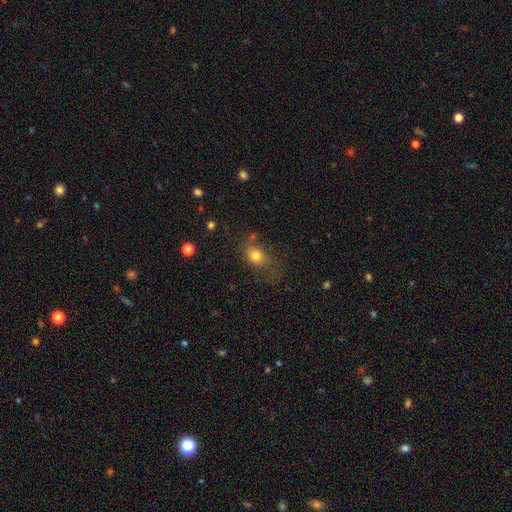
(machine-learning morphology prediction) Smooth or featured? Predicted: smooth (p=0.75). How rounded? Predicted: in between (p=0.57). Merging? Predicted: none (p=0.50).